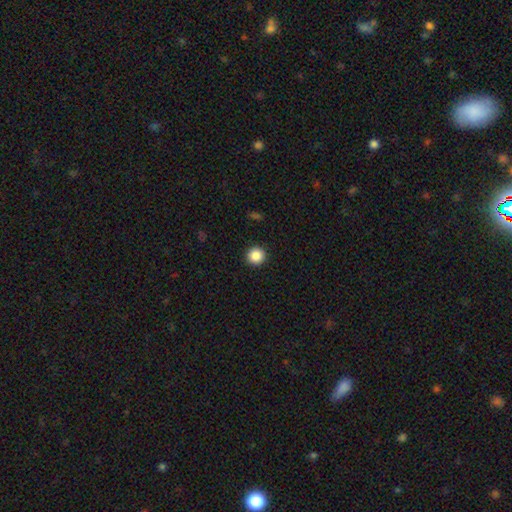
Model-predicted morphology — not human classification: smooth_or_featured: smooth (p=0.87) [alt: star or artifact p=0.09]
how_rounded: round (p=0.94) [alt: in between p=0.05]
merging: none (p=0.93) [alt: minor disturbance p=0.04]